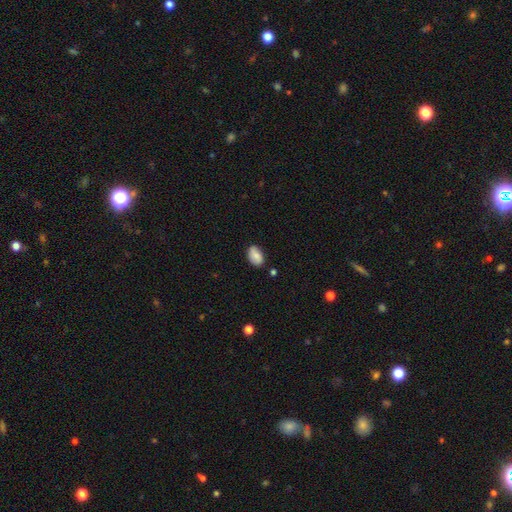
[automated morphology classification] smooth 81%, featured or disk 12%, star or artifact 7%. Down the decision tree: how rounded — in between (90%); merging — none (77%).